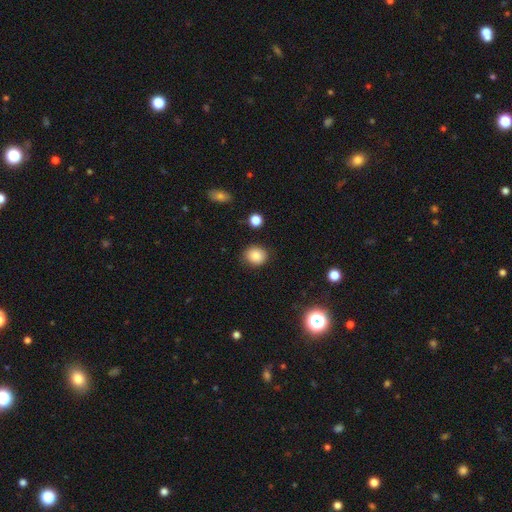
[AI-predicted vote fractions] Smooth or featured?
  - smooth: 84% *
  - star or artifact: 10%
  - featured or disk: 6%
How rounded?
  - round: 72% *
  - in between: 27%
  - cigar-shaped: 1%
Merging?
  - none: 86% *
  - minor disturbance: 10%
  - major disturbance: 3%
  - merger: 2%